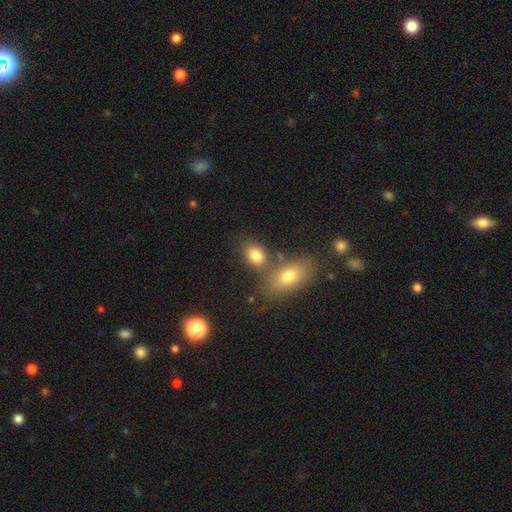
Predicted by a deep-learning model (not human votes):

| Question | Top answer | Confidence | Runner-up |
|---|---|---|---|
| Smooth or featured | smooth | 79% | featured or disk (11%) |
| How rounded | in between | 79% | round (19%) |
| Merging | none | 58% | merger (26%) |